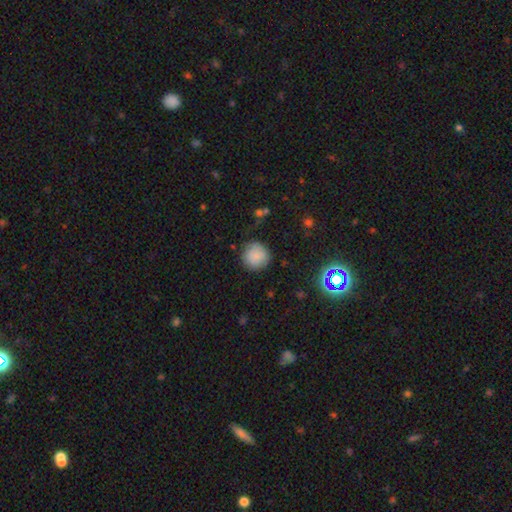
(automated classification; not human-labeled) Q: Smooth or featured?
A: smooth (83%); runner-up: star or artifact (10%)
Q: How rounded?
A: round (93%); runner-up: in between (6%)
Q: Merging?
A: none (79%); runner-up: minor disturbance (15%)